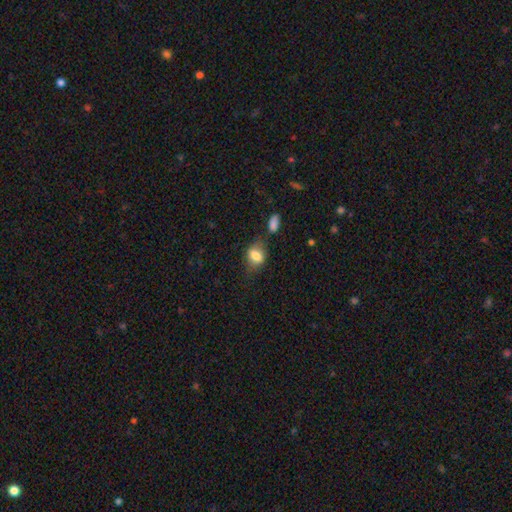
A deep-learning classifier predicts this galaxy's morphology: smooth-or-featured: smooth: 75% | featured or disk: 16% | star or artifact: 9%
  how-rounded: in between: 72% | round: 26% | cigar-shaped: 3%
  merging: none: 59% | minor disturbance: 22% | merger: 10% | major disturbance: 10%